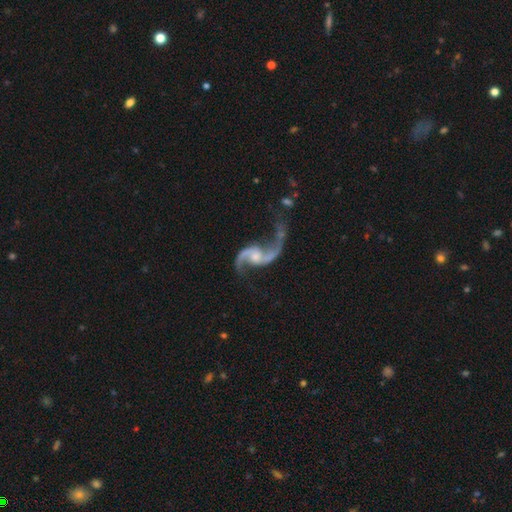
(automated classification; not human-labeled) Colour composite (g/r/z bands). It shows a featured or disk galaxy (92%) with no bar (54%), 2 (93%) loose (84%) spiral arms (97%) and a small central bulge (42%). Merging: none (60%).